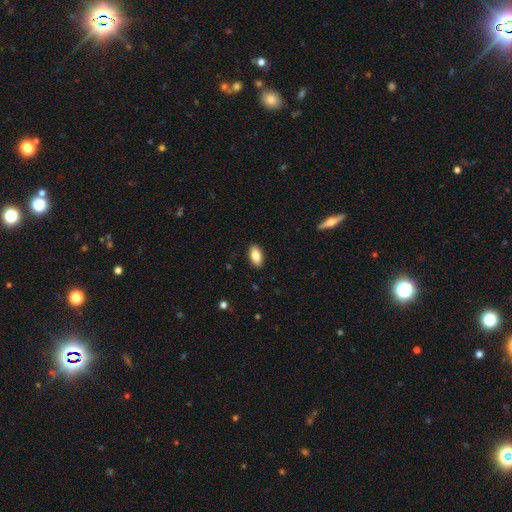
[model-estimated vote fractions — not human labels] This is clearly a smooth galaxy (83%). How rounded: clearly in between (92%). Merging: clearly none (90%).